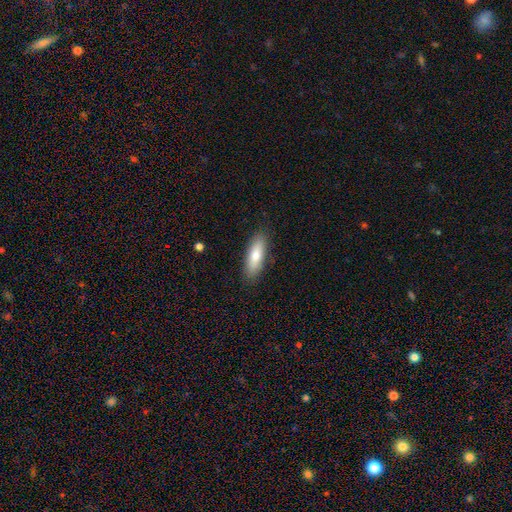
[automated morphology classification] This is likely a smooth galaxy (73%). How rounded: possibly in between (55%). Merging: clearly none (87%).